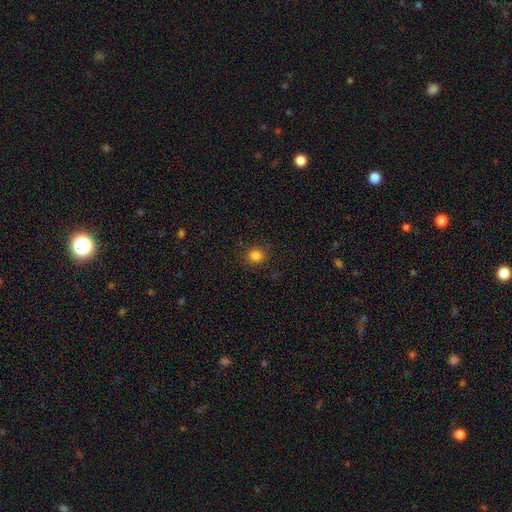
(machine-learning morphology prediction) Q: Smooth or featured?
A: smooth (83%); runner-up: star or artifact (13%)
Q: How rounded?
A: round (88%); runner-up: in between (11%)
Q: Merging?
A: none (88%); runner-up: minor disturbance (8%)